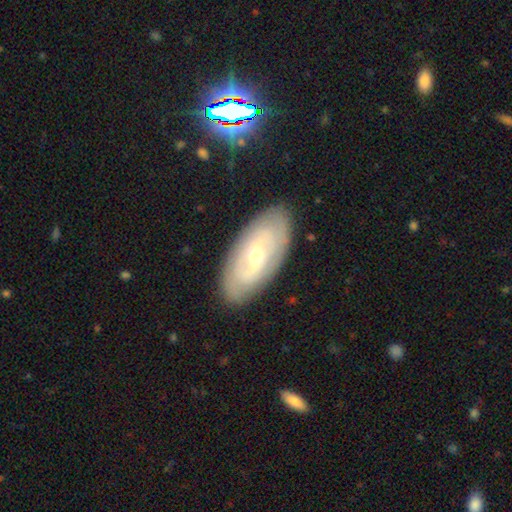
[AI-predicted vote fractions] Smooth or featured?
  - featured or disk: 68% *
  - smooth: 26%
  - star or artifact: 6%
Edge-on disk?
  - no: 89% *
  - yes: 11%
Bar?
  - no: 42% *
  - weak: 39%
  - strong: 19%
Spiral arms?
  - yes: 63% *
  - no: 37%
Bulge size?
  - small: 52% *
  - moderate: 45%
  - large: 2%
  - none: 1%
  - dominant: 1%
Merging?
  - none: 86% *
  - minor disturbance: 10%
  - major disturbance: 3%
  - merger: 1%